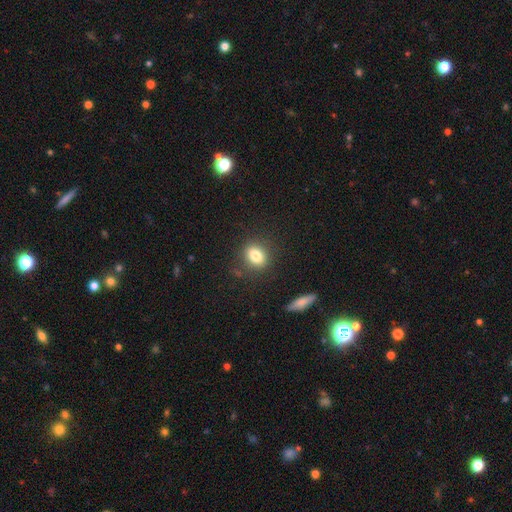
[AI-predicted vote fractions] The model was most divided on "how rounded": round: 50%, in between: 48%, cigar-shaped: 2%. More confident: merging — none (84%); smooth or featured — smooth (81%).